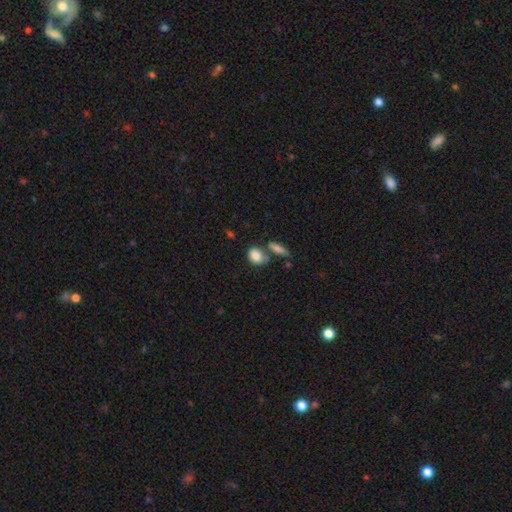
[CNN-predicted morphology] This is clearly a smooth galaxy (83%). How rounded: likely in between (68%). Merging: possibly none (51%).